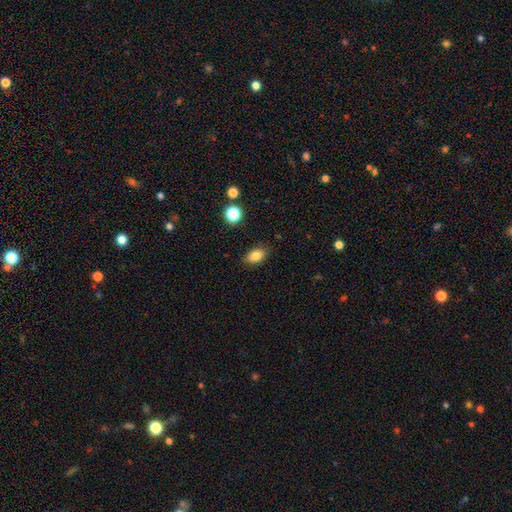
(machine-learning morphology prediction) smooth-or-featured: smooth: 83% | star or artifact: 10% | featured or disk: 7%
  how-rounded: in between: 86% | round: 12% | cigar-shaped: 2%
  merging: none: 86% | minor disturbance: 10% | major disturbance: 2% | merger: 1%